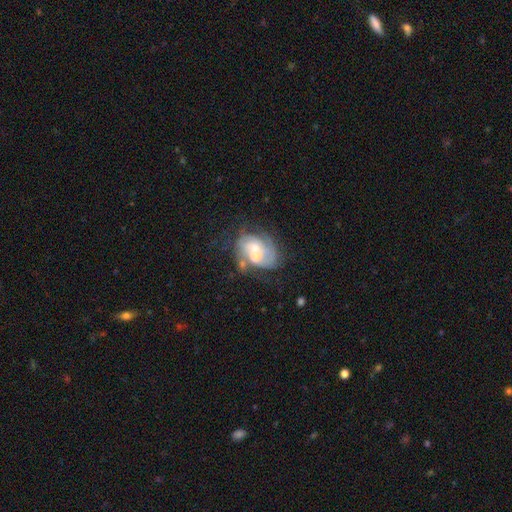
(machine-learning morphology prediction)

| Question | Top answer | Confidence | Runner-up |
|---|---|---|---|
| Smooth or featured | featured or disk | 64% | smooth (27%) |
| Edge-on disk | no | 97% | yes (3%) |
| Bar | no | 64% | weak (28%) |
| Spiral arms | yes | 62% | no (38%) |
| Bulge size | moderate | 66% | small (21%) |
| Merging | merger | 33% | none (32%) |